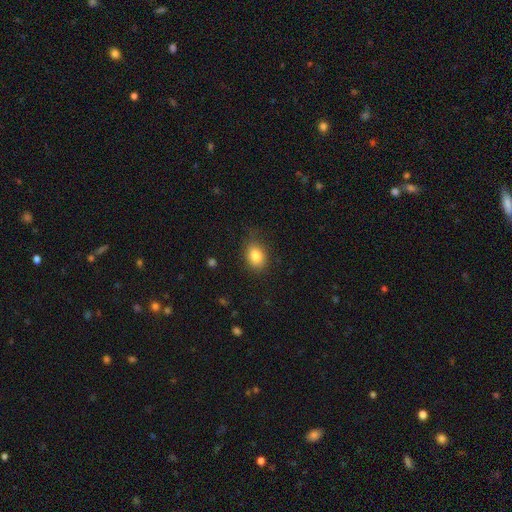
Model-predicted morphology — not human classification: The model was most divided on "how rounded": in between: 66%, round: 33%, cigar-shaped: 1%. More confident: smooth or featured — smooth (84%); merging — none (77%).